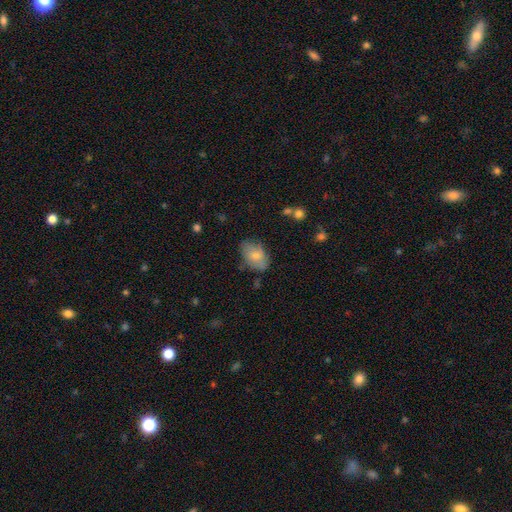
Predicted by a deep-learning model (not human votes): This appears to be a smooth galaxy with no disk features (75%) that is in between round and cigar-shaped (88%). Merging: none (71%).